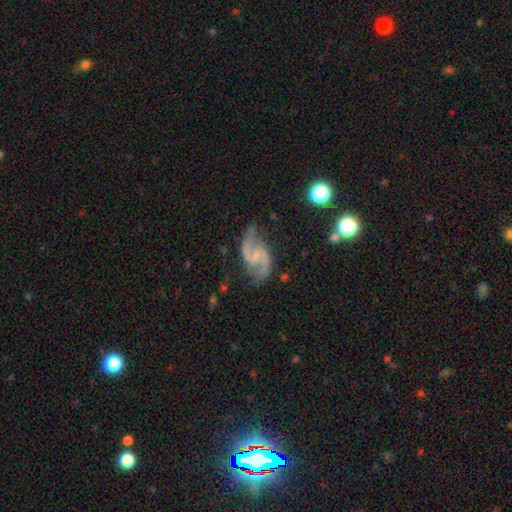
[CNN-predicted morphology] Smooth or featured: featured or disk — 92% (star or artifact — 5%)
Edge-on disk: no — 98% (yes — 2%)
Bar: weak — 48% (no — 37%)
Spiral arms: yes — 98% (no — 2%)
Spiral winding: medium — 52% (loose — 38%)
Spiral arm count: 2 — 94% (can't tell — 2%)
Bulge size: small — 56% (none — 29%)
Merging: none — 75% (minor disturbance — 17%)